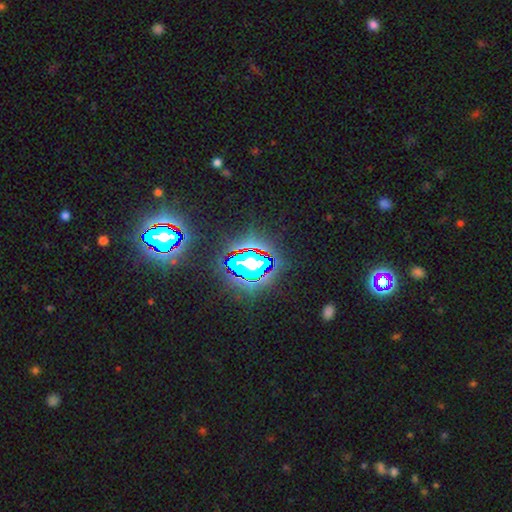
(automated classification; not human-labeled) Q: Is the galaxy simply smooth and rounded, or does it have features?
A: star or artifact — 69%.